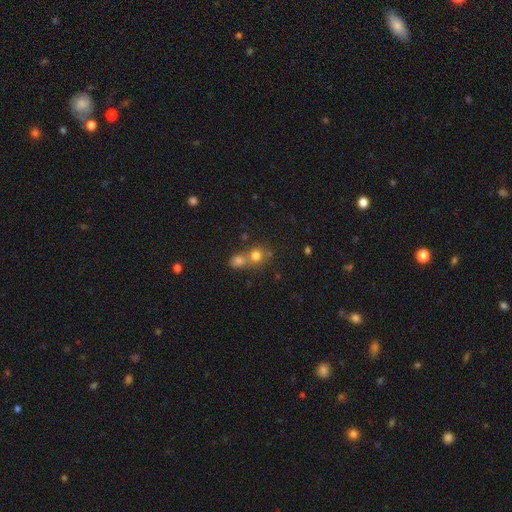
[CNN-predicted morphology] A smooth galaxy with no disk features (75%) that is round (78%). Merging: merger (51%).